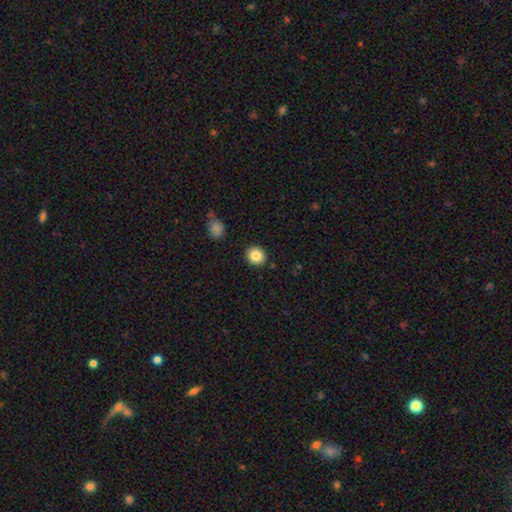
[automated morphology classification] Overall: smooth (85%). How rounded: round (85%). Merging: none (90%).